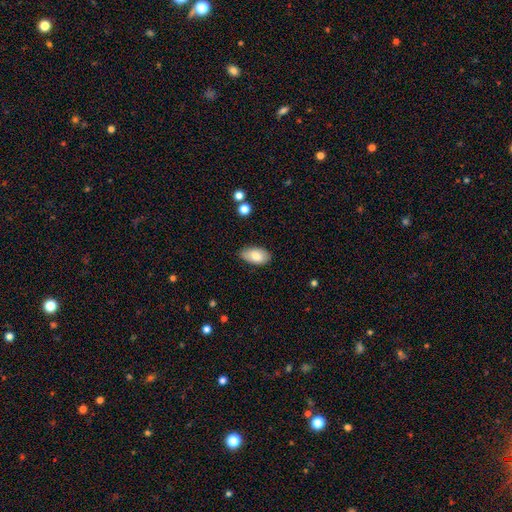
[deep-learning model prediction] Smooth or featured: smooth — 81% (featured or disk — 12%)
How rounded: in between — 94% (round — 4%)
Merging: none — 81% (minor disturbance — 15%)